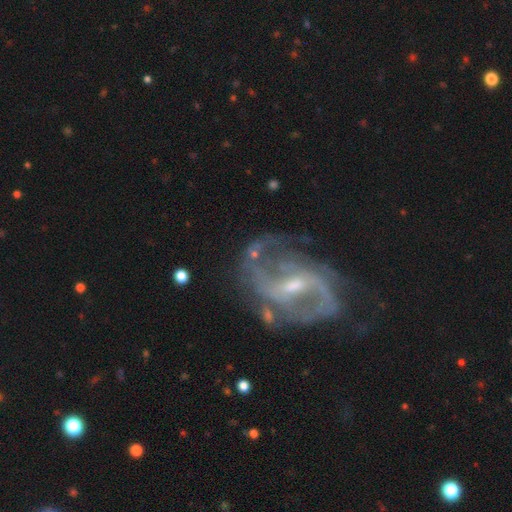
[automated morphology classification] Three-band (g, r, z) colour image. It shows a featured or disk galaxy (90%) with a weak bar (54%), 2 (84%) medium (52%) spiral arms (96%) and a small central bulge (53%). Merging: none (65%).